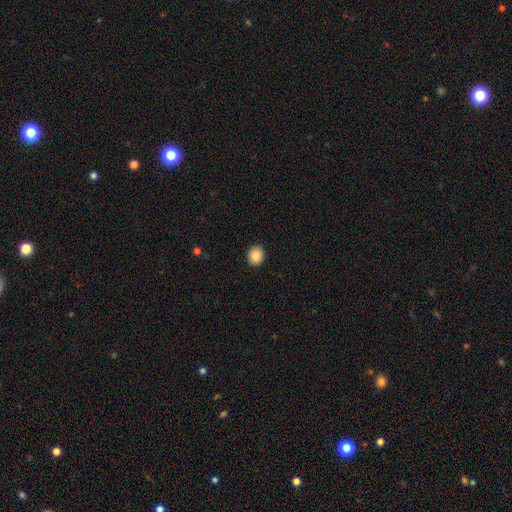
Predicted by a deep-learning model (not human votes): Smooth or featured: smooth — 88% (star or artifact — 9%)
How rounded: round — 74% (in between — 26%)
Merging: none — 92% (minor disturbance — 5%)